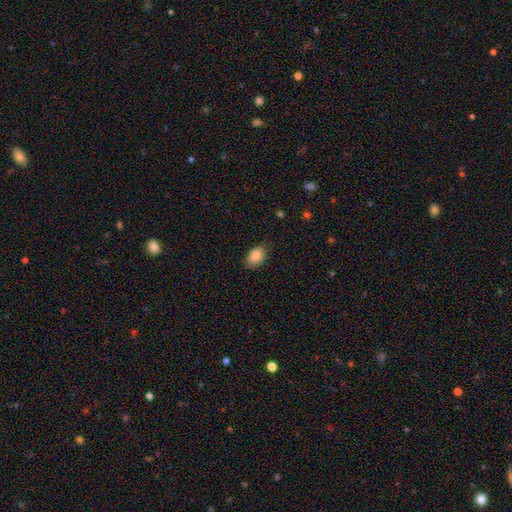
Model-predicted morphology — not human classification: Smooth or featured?
  - smooth: 86% *
  - star or artifact: 8%
  - featured or disk: 6%
How rounded?
  - in between: 85% *
  - round: 14%
  - cigar-shaped: 1%
Merging?
  - none: 80% *
  - minor disturbance: 16%
  - major disturbance: 3%
  - merger: 1%